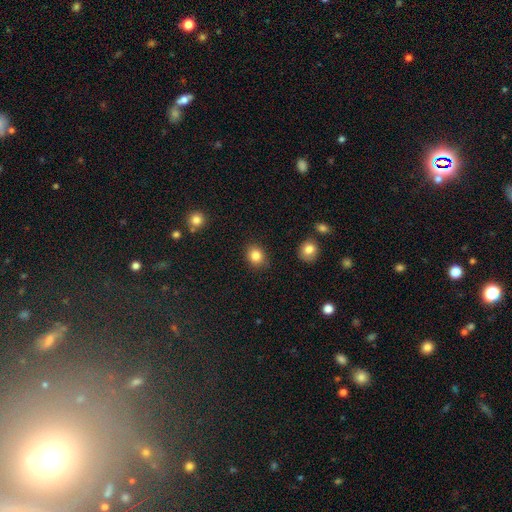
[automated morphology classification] Q: Smooth or featured?
A: smooth (84%); runner-up: star or artifact (10%)
Q: How rounded?
A: round (60%); runner-up: in between (39%)
Q: Merging?
A: none (86%); runner-up: minor disturbance (10%)